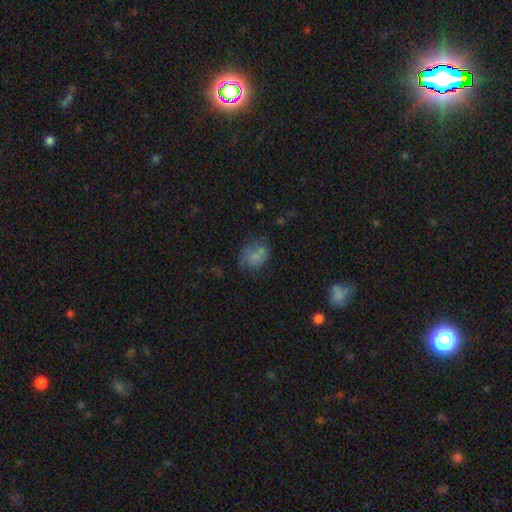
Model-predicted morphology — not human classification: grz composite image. It shows a smooth galaxy with no disk features (67%) that is round (55%). Merging: none (50%).